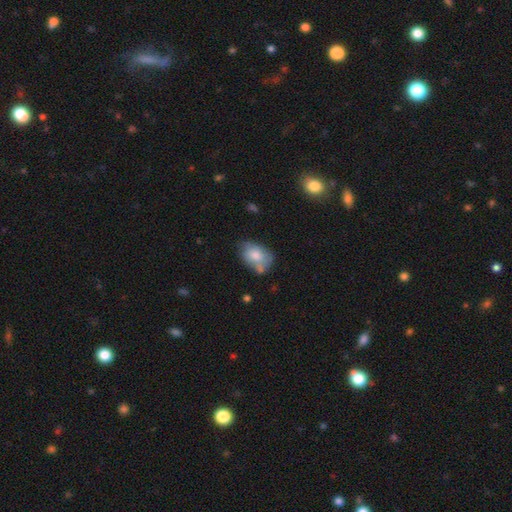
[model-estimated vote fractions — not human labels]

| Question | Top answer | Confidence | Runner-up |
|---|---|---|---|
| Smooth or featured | smooth | 72% | featured or disk (21%) |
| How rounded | in between | 82% | round (17%) |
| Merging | none | 47% | minor disturbance (30%) |